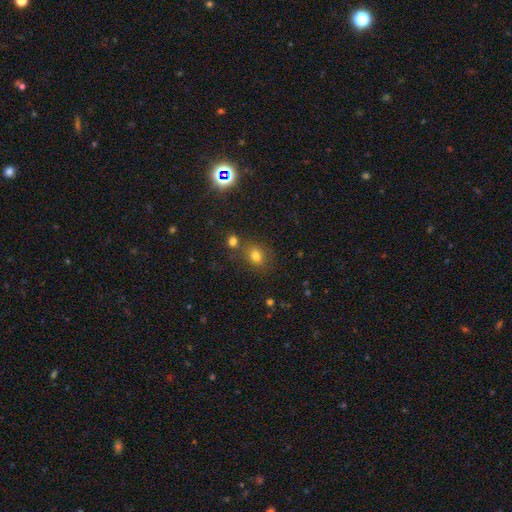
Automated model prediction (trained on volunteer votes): Smooth or featured? Predicted: smooth (p=0.75). How rounded? Predicted: round (p=0.54). Merging? Predicted: none (p=0.68).